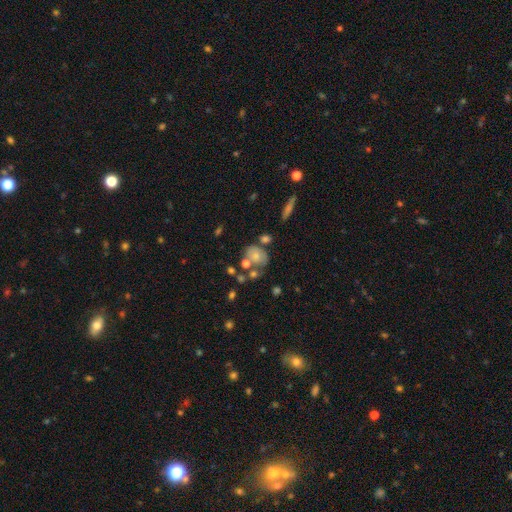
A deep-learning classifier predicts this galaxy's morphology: smooth-or-featured: smooth: 62% | featured or disk: 27% | star or artifact: 11%
  how-rounded: in between: 53% | round: 46% | cigar-shaped: 1%
  merging: none: 43% | merger: 24% | minor disturbance: 21% | major disturbance: 12%